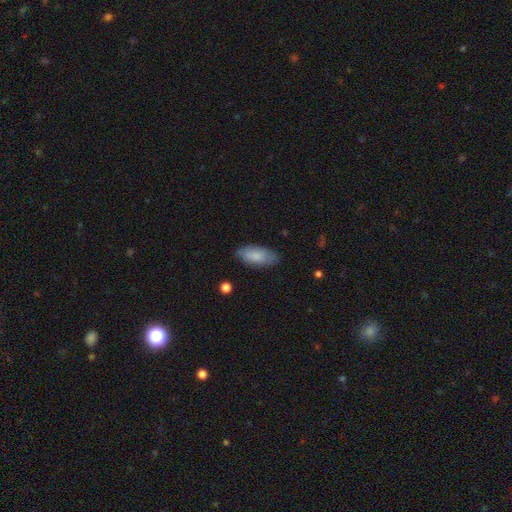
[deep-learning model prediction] Smooth or featured? smooth (82%)
How rounded? in between (84%)
Merging? none (78%)